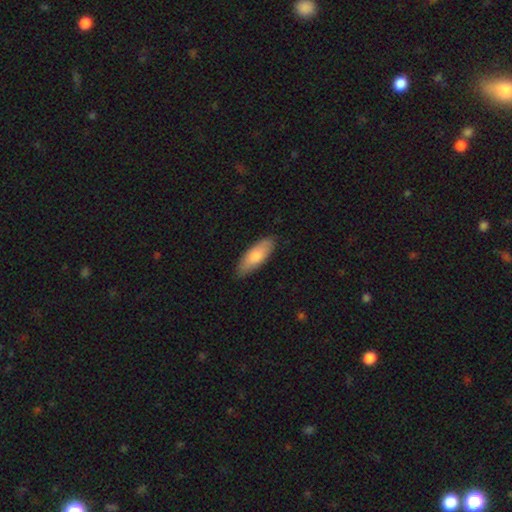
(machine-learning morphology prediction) smooth_or_featured: smooth (p=0.78) [alt: featured or disk p=0.16]
how_rounded: in between (p=0.70) [alt: cigar-shaped p=0.28]
merging: none (p=0.83) [alt: minor disturbance p=0.14]